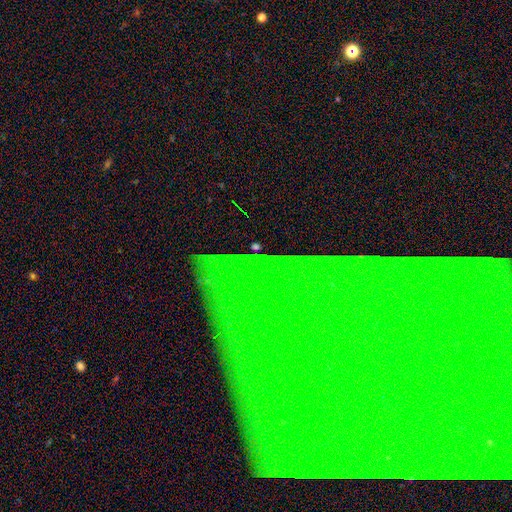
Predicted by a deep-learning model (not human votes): Overall: star or artifact (80%).